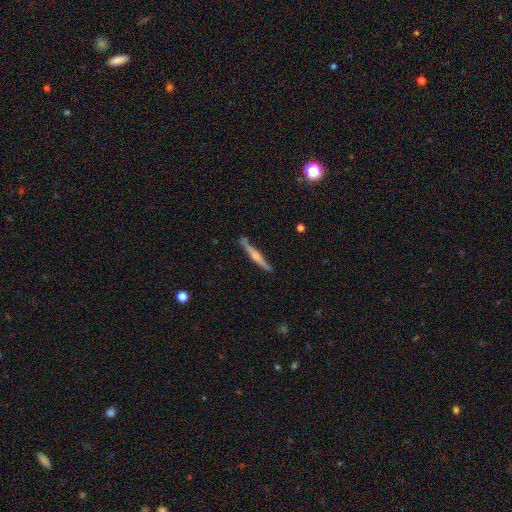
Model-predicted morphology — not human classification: type=featured or disk (69%); edge-on=yes (98%); edge-on bulge=rounded (79%); merging=none (87%).